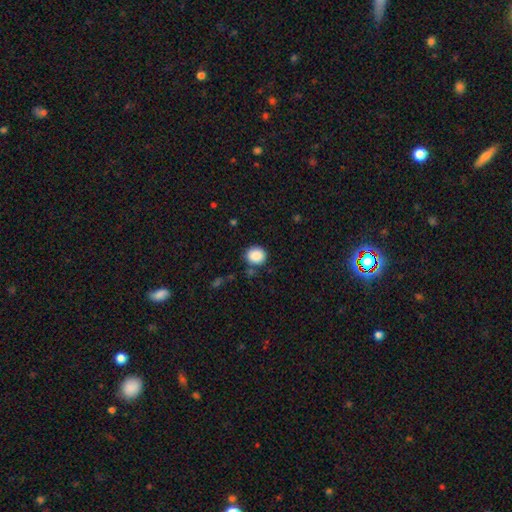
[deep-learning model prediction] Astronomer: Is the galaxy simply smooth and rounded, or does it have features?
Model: smooth — 88%.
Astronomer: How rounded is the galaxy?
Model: round — 85%.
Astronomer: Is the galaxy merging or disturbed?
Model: none — 84%.